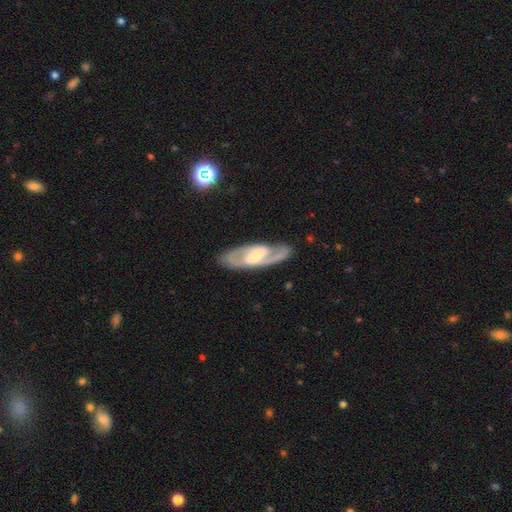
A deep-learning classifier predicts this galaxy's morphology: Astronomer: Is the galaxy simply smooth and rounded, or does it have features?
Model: featured or disk — 84%.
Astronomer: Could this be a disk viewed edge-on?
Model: no — 91%.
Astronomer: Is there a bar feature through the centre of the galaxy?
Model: strong — 43% (runner-up: weak, 38%).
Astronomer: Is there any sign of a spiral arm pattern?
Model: yes — 89%.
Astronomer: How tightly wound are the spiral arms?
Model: medium — 54% (runner-up: tight, 30%).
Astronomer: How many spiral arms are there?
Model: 2 — 89%.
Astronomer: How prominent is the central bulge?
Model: moderate — 42% (runner-up: small, 35%).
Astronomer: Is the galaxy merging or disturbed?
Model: none — 85%.